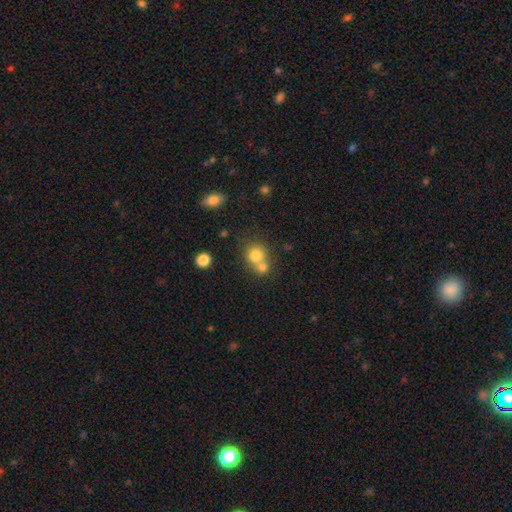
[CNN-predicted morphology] Smooth or featured: smooth — 77% (star or artifact — 12%)
How rounded: round — 82% (in between — 17%)
Merging: merger — 50% (none — 41%)